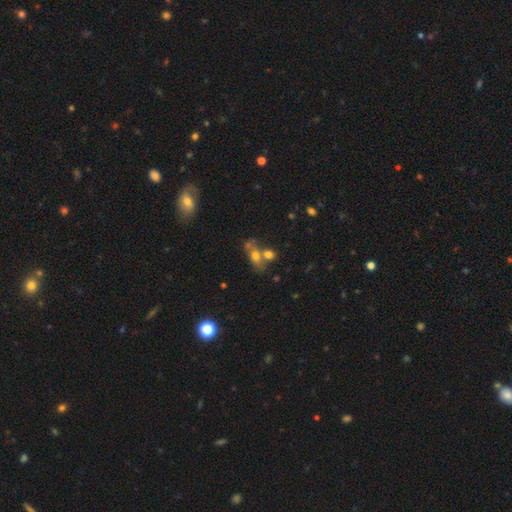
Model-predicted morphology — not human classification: Overall: smooth (60%; featured or disk 27%). How rounded: in between (61%; round 30%). Merging: merger (45%; none 37%).